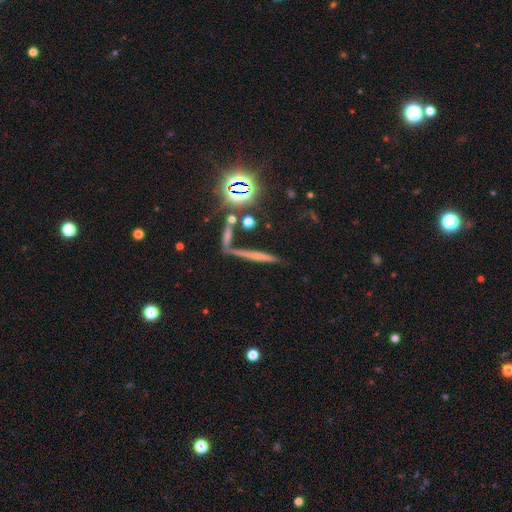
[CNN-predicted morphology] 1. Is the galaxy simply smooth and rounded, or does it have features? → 37% smooth, 35% featured or disk, 28% star or artifact.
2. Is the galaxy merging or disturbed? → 66% none, 15% merger, 13% minor disturbance, 7% major disturbance.